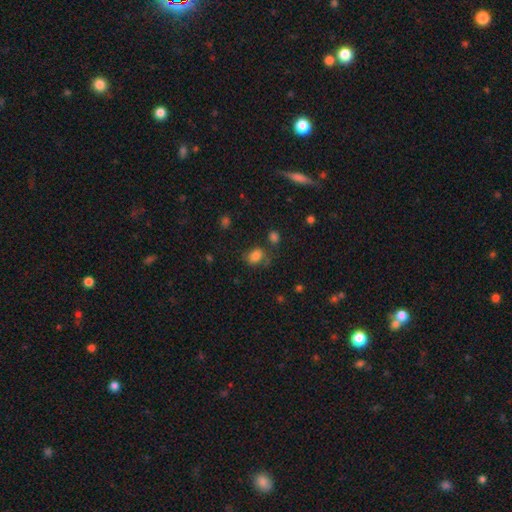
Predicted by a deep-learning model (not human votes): smooth-or-featured: smooth: 79% | star or artifact: 14% | featured or disk: 7%
  how-rounded: in between: 66% | round: 33% | cigar-shaped: 1%
  merging: none: 60% | minor disturbance: 21% | major disturbance: 10% | merger: 9%